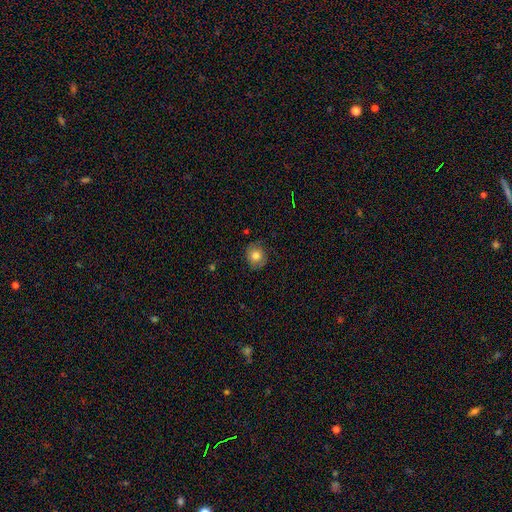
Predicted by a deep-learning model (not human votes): Smooth or featured? Predicted: smooth (p=0.76). How rounded? Predicted: round (p=0.81). Merging? Predicted: none (p=0.81).